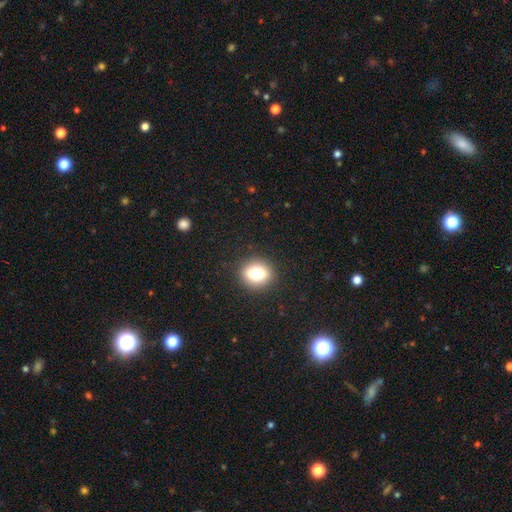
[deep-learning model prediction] Smooth or featured?
  - smooth: 62% *
  - star or artifact: 33%
  - featured or disk: 5%
How rounded?
  - round: 82% *
  - in between: 16%
  - cigar-shaped: 2%
Merging?
  - none: 92% *
  - minor disturbance: 5%
  - major disturbance: 2%
  - merger: 1%